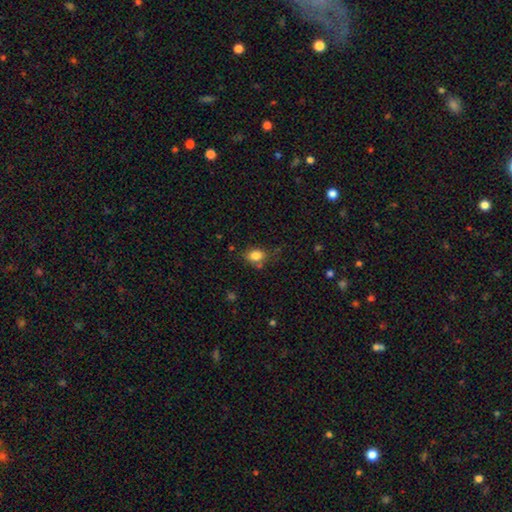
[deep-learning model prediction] A smooth galaxy with no disk features (83%) that is in between round and cigar-shaped (64%). Merging: none (64%).